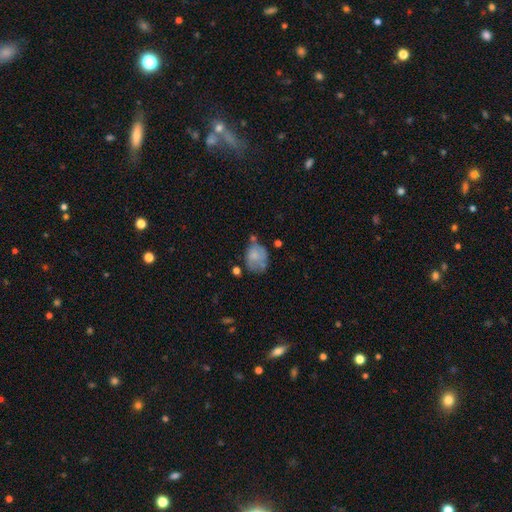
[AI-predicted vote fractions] Morphology: type=smooth (61%); roundness=in between (56%); merging=none (40%).